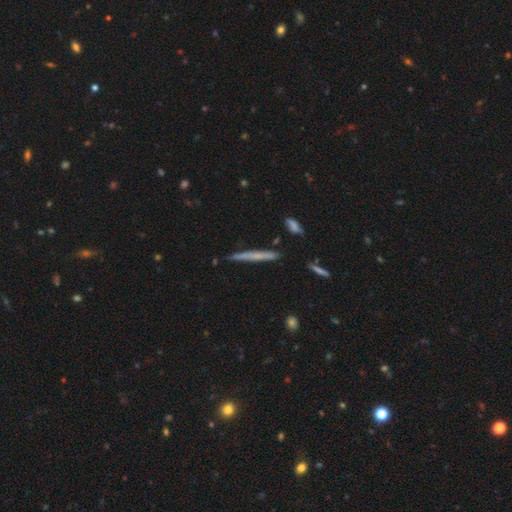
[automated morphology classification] Smooth or featured: smooth — 53% (featured or disk — 40%)
How rounded: cigar-shaped — 96% (in between — 2%)
Merging: none — 87% (minor disturbance — 9%)